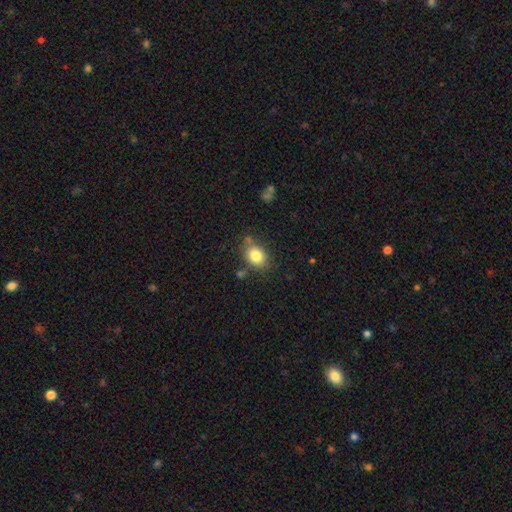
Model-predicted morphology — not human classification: Q: Smooth or featured?
A: smooth (82%); runner-up: star or artifact (9%)
Q: How rounded?
A: in between (61%); runner-up: round (38%)
Q: Merging?
A: none (73%); runner-up: minor disturbance (15%)